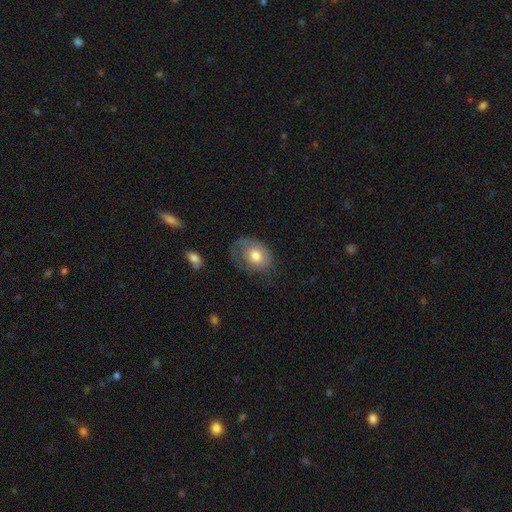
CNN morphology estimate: Smooth or featured?
  - smooth: 64% *
  - featured or disk: 29%
  - star or artifact: 7%
How rounded?
  - in between: 68% *
  - round: 31%
  - cigar-shaped: 1%
Merging?
  - none: 46% *
  - minor disturbance: 28%
  - major disturbance: 24%
  - merger: 2%